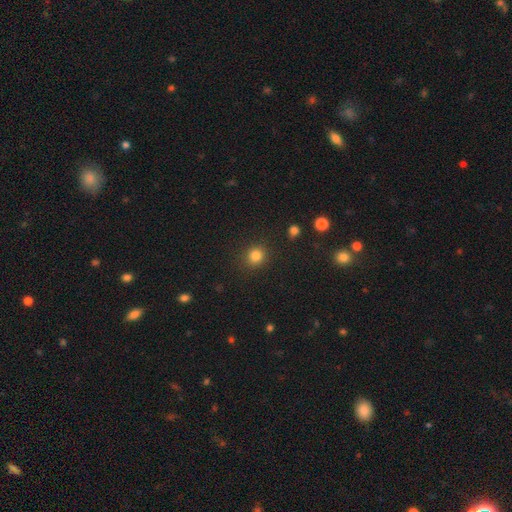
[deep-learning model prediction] Smooth or featured?
  - smooth: 83% *
  - star or artifact: 13%
  - featured or disk: 5%
How rounded?
  - round: 87% *
  - in between: 12%
  - cigar-shaped: 1%
Merging?
  - none: 88% *
  - minor disturbance: 7%
  - major disturbance: 3%
  - merger: 2%